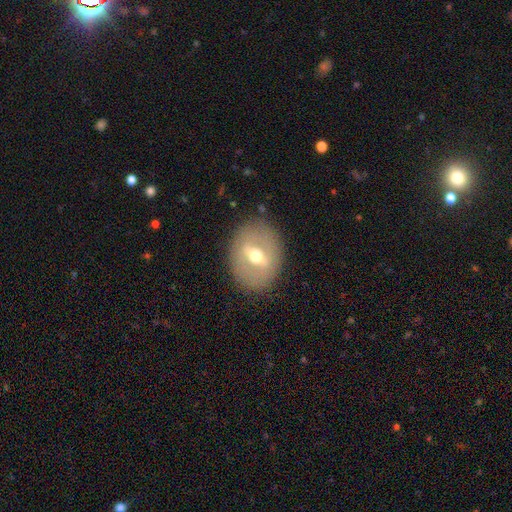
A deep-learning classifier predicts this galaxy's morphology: Overall: featured or disk (58%; smooth 34%). Edge-on disk: no (87%). Bar: strong (43%; weak 41%). Spiral arms: no (85%). Bulge size: moderate (70%). Merging: none (84%).